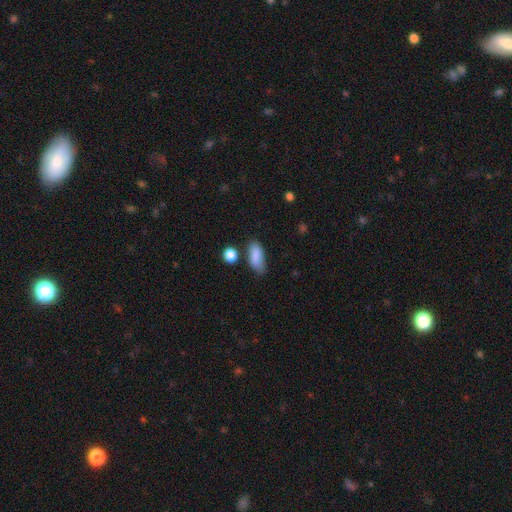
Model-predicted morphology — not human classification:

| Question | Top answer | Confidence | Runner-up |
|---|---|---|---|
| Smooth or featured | smooth | 87% | star or artifact (7%) |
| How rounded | in between | 84% | cigar-shaped (12%) |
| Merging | none | 70% | minor disturbance (20%) |